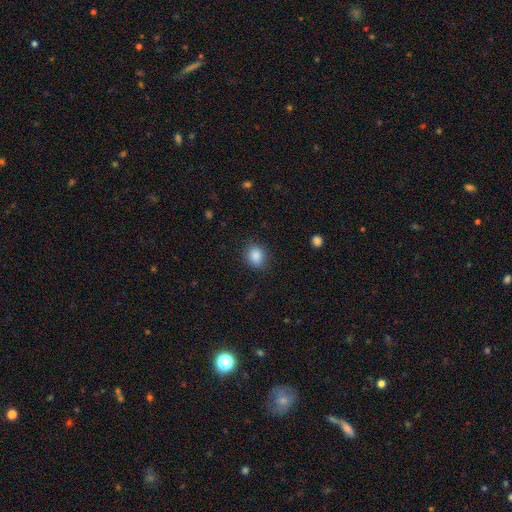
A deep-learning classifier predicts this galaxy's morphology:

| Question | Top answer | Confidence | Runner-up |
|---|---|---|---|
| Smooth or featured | smooth | 87% | star or artifact (9%) |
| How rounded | round | 59% | in between (40%) |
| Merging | none | 83% | minor disturbance (12%) |